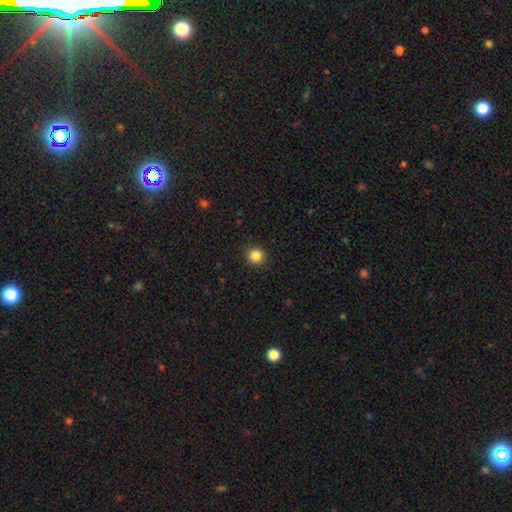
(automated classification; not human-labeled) This appears to be a smooth galaxy with no disk features (85%) that is round (94%). Merging: none (92%).